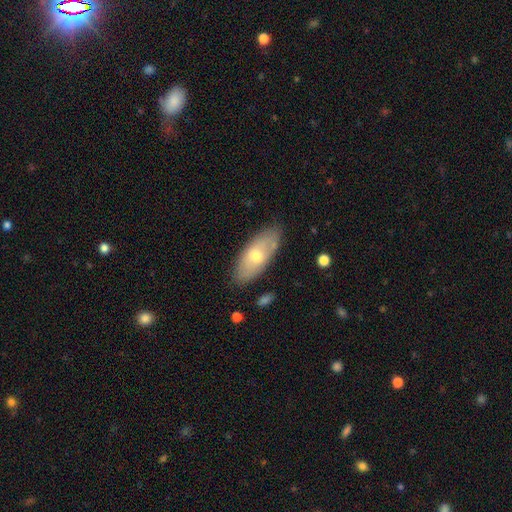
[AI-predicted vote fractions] Smooth or featured? Predicted: smooth (p=0.63). How rounded? Predicted: in between (p=0.85). Merging? Predicted: none (p=0.80).